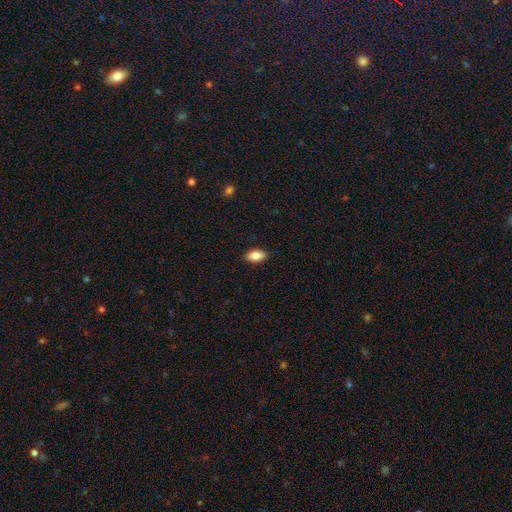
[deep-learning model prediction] Smooth or featured? Predicted: smooth (p=0.85). How rounded? Predicted: in between (p=0.92). Merging? Predicted: none (p=0.89).